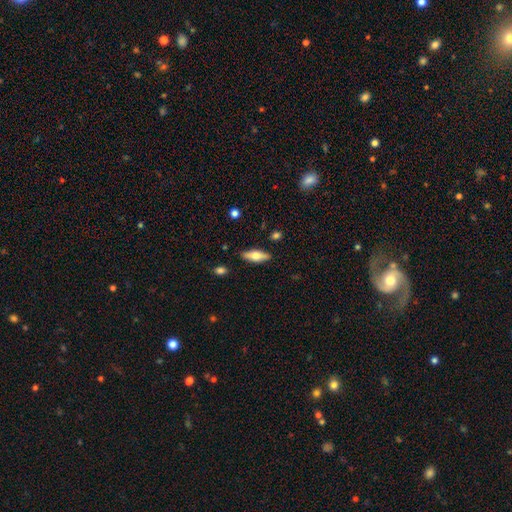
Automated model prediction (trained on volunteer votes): smooth 59%, featured or disk 35%, star or artifact 7%. Down the decision tree: how rounded — in between (63%); merging — none (86%).